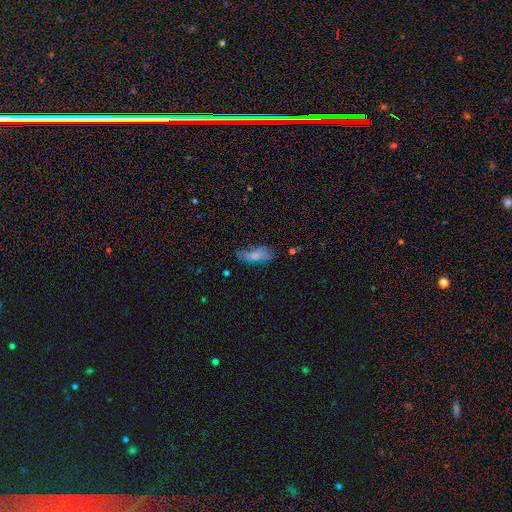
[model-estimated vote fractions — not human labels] A smooth galaxy with no disk features (64%) that is in between round and cigar-shaped (75%). Merging: none (57%).